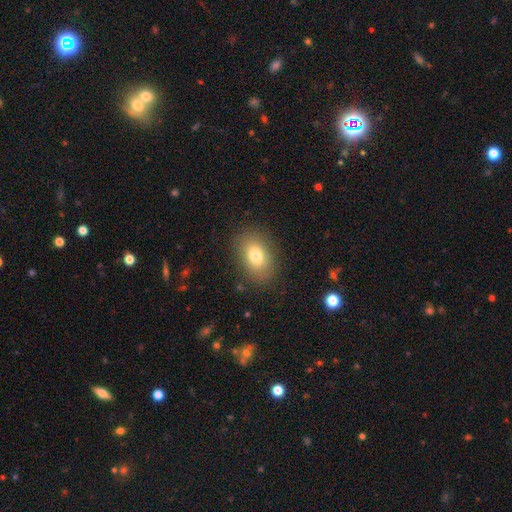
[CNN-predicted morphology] Overall: smooth (78%). How rounded: in between (80%). Merging: none (85%).